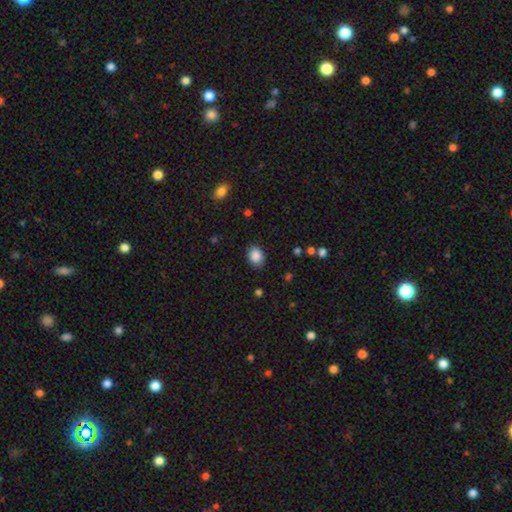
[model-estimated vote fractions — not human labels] Smooth or featured? Predicted: smooth (p=0.88). How rounded? Predicted: in between (p=0.55). Merging? Predicted: none (p=0.85).